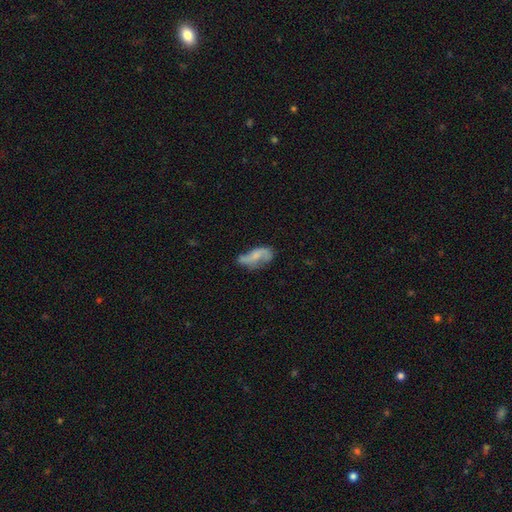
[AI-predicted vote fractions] smooth_or_featured: featured or disk (p=0.57) [alt: smooth p=0.34]
disk_edge_on: no (p=0.92) [alt: yes p=0.08]
bar: no (p=0.59) [alt: weak p=0.32]
has_spiral_arms: yes (p=0.81) [alt: no p=0.19]
bulge_size: small (p=0.40) [alt: none p=0.30]
merging: none (p=0.48) [alt: minor disturbance p=0.28]